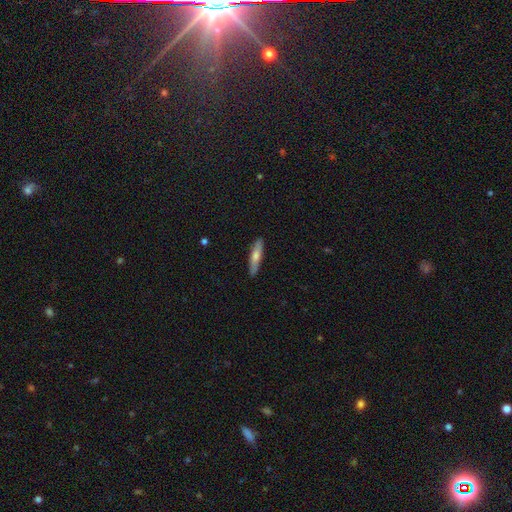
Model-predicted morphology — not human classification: Smooth or featured: smooth — 51% (featured or disk — 43%)
How rounded: cigar-shaped — 86% (in between — 12%)
Merging: none — 90% (minor disturbance — 8%)